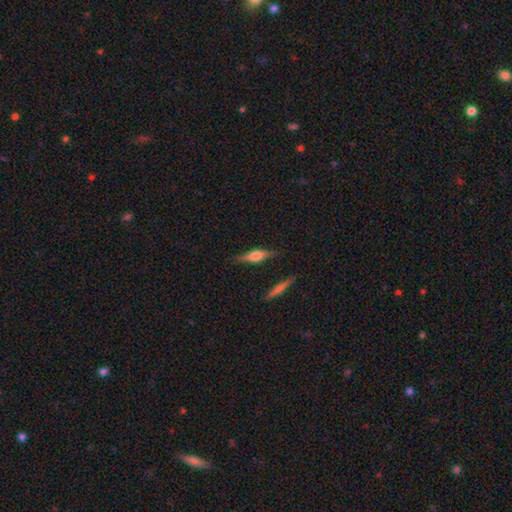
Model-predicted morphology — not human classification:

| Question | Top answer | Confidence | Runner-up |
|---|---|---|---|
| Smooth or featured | featured or disk | 68% | smooth (25%) |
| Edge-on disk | yes | 96% | no (4%) |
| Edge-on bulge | rounded | 83% | boxy (15%) |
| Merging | none | 83% | minor disturbance (12%) |